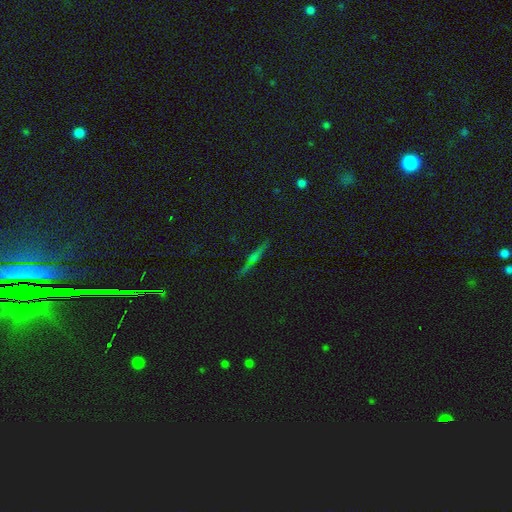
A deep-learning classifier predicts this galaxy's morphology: This is likely a featured or disk galaxy (69%). It is clearly viewed edge-on (97%). Edge-on bulge: likely rounded (76%). Merging: clearly none (90%).